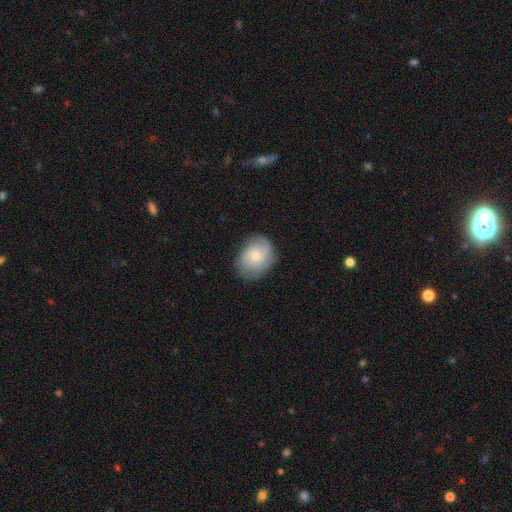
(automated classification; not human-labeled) This appears to be a smooth galaxy with no disk features (52%) that is in between round and cigar-shaped (50%). Merging: none (75%).